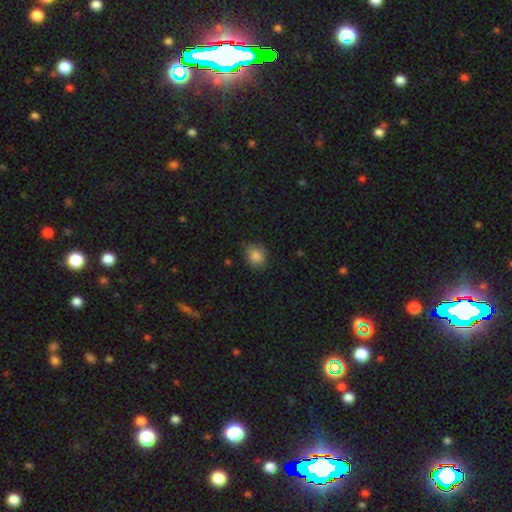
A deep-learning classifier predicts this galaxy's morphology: smooth-or-featured: smooth: 86% | star or artifact: 9% | featured or disk: 5%
  how-rounded: round: 50% | in between: 49% | cigar-shaped: 1%
  merging: none: 76% | minor disturbance: 19% | major disturbance: 4% | merger: 1%